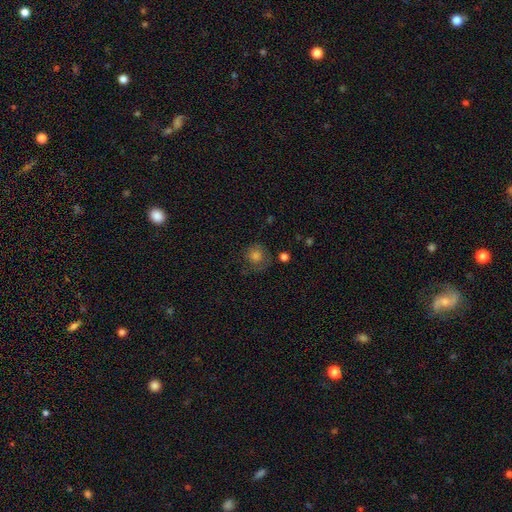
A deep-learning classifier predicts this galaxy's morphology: A smooth galaxy with no disk features (71%) that is round (88%). Merging: none (65%).